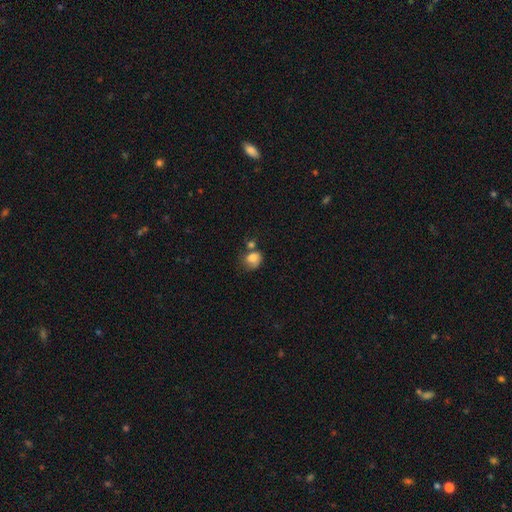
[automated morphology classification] This appears to be a smooth galaxy with no disk features (61%) that is round (76%). Merging: none (63%).